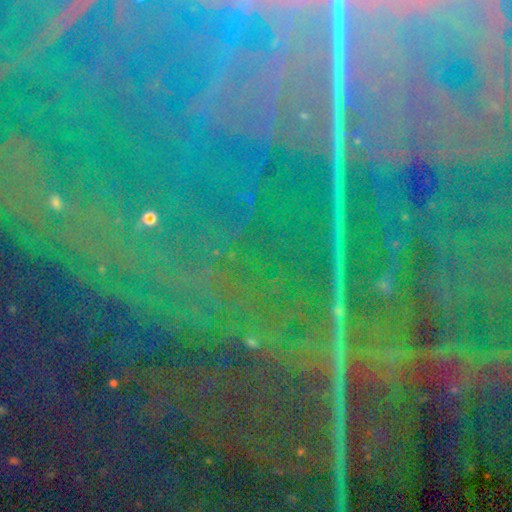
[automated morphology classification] Overall: star or artifact (87%).